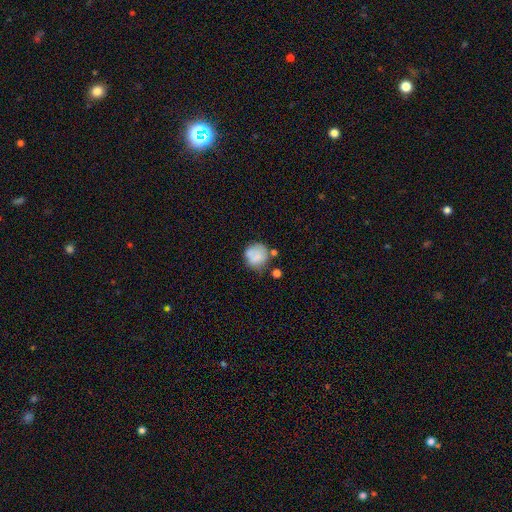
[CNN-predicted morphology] Smooth or featured: smooth — 77% (featured or disk — 14%)
How rounded: round — 85% (in between — 14%)
Merging: none — 51% (minor disturbance — 25%)